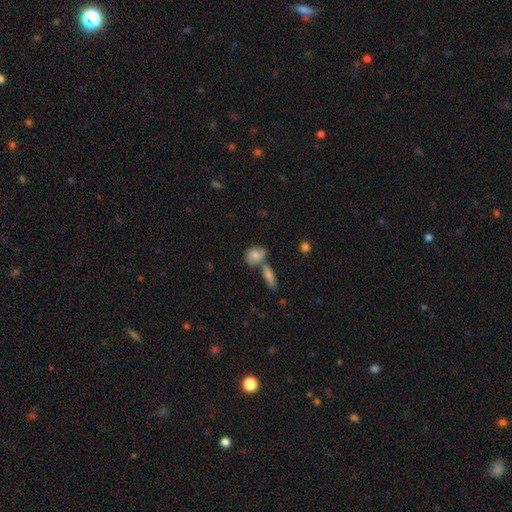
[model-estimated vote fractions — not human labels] Q: Smooth or featured?
A: smooth (75%); runner-up: featured or disk (17%)
Q: How rounded?
A: in between (59%); runner-up: round (35%)
Q: Merging?
A: none (41%); runner-up: merger (37%)